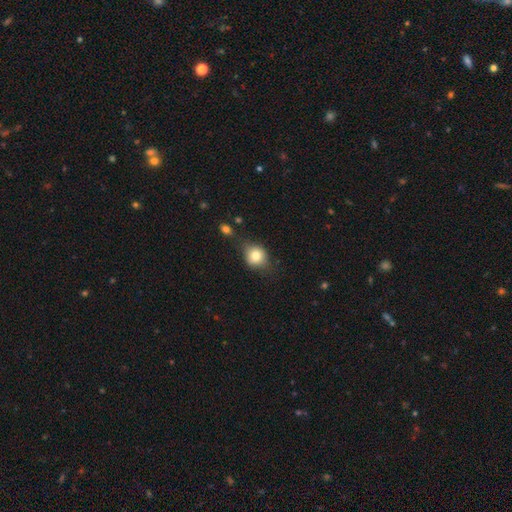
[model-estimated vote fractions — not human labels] smooth-or-featured: smooth: 75% | featured or disk: 15% | star or artifact: 10%
  how-rounded: round: 68% | in between: 31% | cigar-shaped: 1%
  merging: none: 60% | minor disturbance: 26% | major disturbance: 9% | merger: 5%